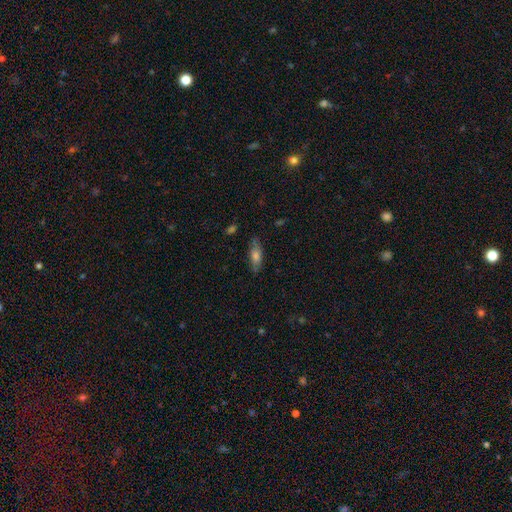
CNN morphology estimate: Smooth or featured? Predicted: smooth (p=0.65). How rounded? Predicted: in between (p=0.57). Merging? Predicted: none (p=0.81).